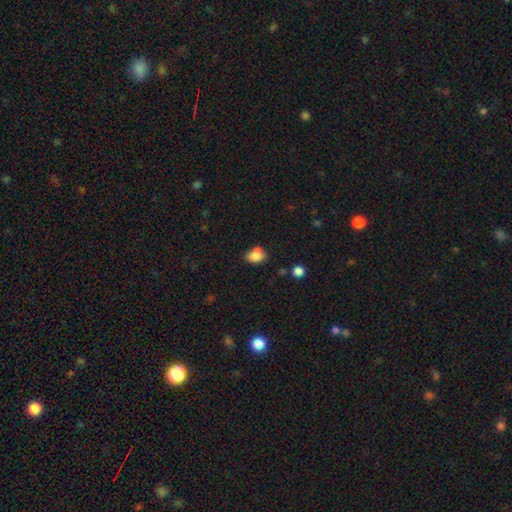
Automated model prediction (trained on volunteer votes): The model was most divided on "merging": none: 52%, minor disturbance: 24%, merger: 17%, major disturbance: 6%. More confident: smooth or featured — smooth (82%); how rounded — in between (70%).